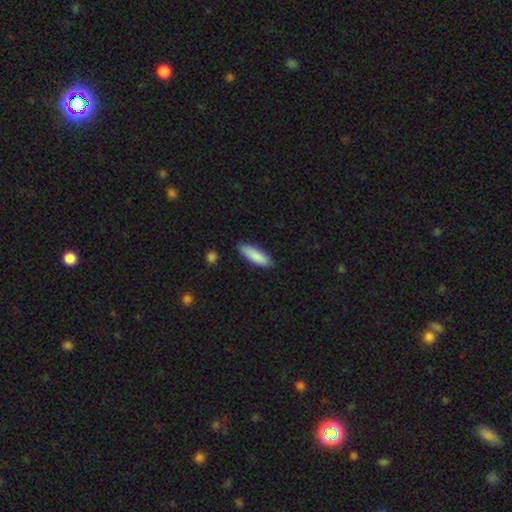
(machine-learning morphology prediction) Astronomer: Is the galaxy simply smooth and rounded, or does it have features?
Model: smooth — 87%.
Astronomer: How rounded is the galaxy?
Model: cigar-shaped — 50% (runner-up: in between, 49%).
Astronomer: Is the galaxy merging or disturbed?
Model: none — 86%.